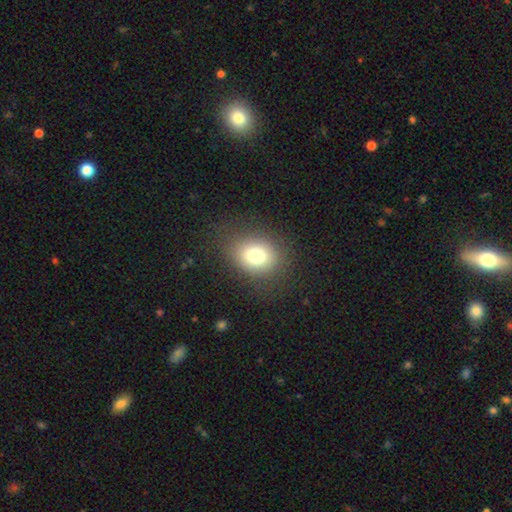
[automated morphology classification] Smooth or featured? smooth (75%)
How rounded? round (56%)
Merging? none (82%)